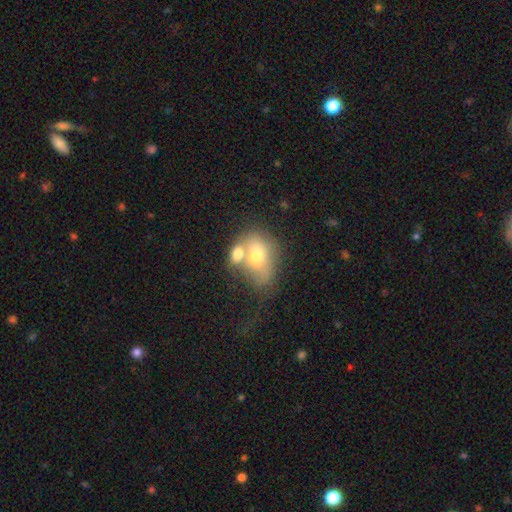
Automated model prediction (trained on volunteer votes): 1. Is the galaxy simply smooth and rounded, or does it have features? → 62% smooth, 29% featured or disk, 9% star or artifact.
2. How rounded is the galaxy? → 71% in between, 27% round, 2% cigar-shaped.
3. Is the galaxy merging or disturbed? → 55% merger, 22% none, 12% minor disturbance, 11% major disturbance.